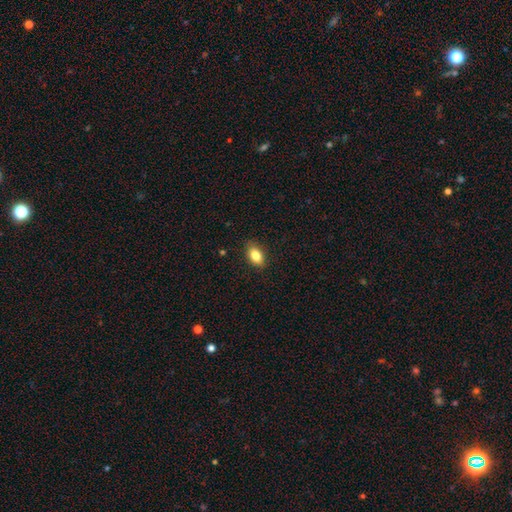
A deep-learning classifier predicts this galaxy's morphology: A smooth galaxy with no disk features (83%) that is in between round and cigar-shaped (88%). Merging: none (86%).